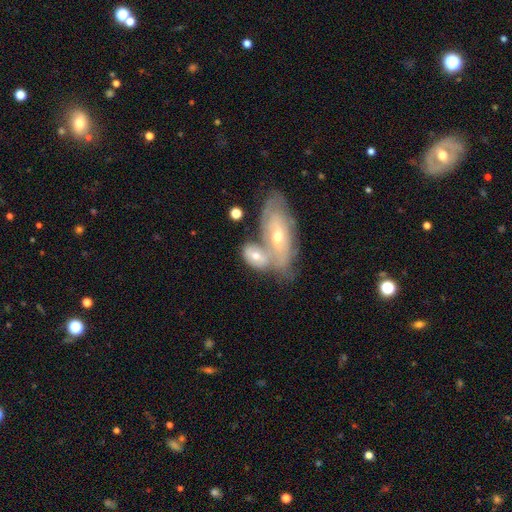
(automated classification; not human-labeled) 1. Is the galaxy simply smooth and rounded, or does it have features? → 47% featured or disk, 46% smooth, 7% star or artifact.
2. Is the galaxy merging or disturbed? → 57% merger, 24% none, 12% minor disturbance, 7% major disturbance.